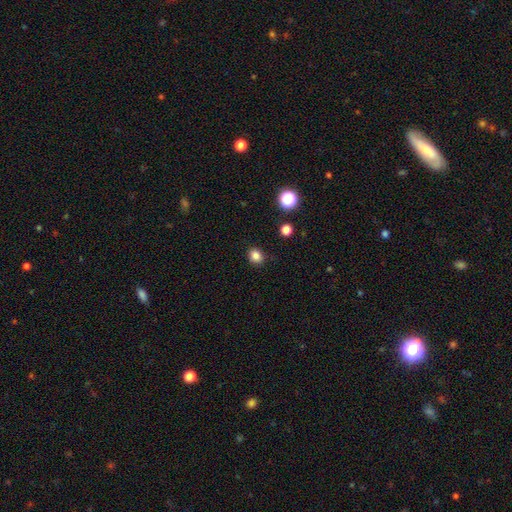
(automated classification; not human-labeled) This appears to be a smooth galaxy with no disk features (83%) that is round (65%). Merging: none (88%).